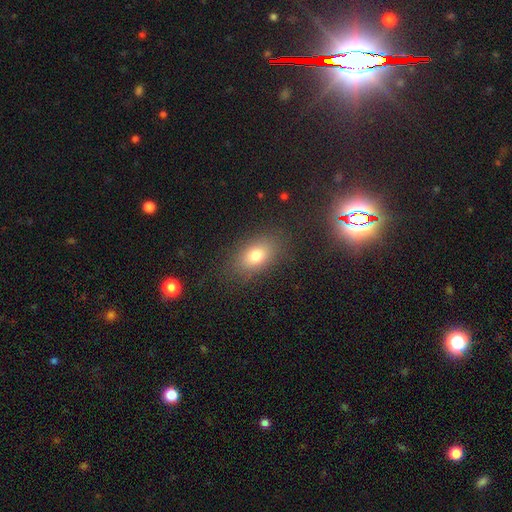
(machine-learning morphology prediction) Smooth or featured?
  - smooth: 78% *
  - featured or disk: 11%
  - star or artifact: 11%
How rounded?
  - in between: 85% *
  - round: 12%
  - cigar-shaped: 3%
Merging?
  - none: 83% *
  - minor disturbance: 11%
  - major disturbance: 4%
  - merger: 2%